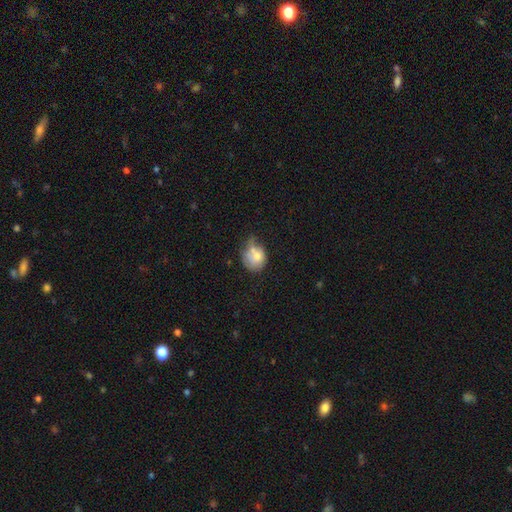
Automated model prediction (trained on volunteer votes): A smooth galaxy with no disk features (67%) that is round (62%). Merging: none (31%).